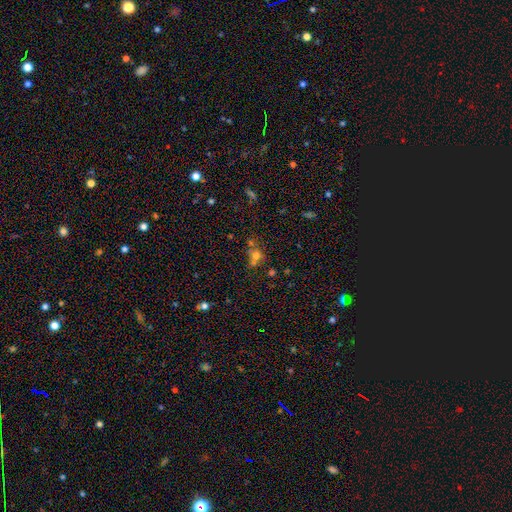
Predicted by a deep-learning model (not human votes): Smooth or featured?
  - smooth: 62% *
  - star or artifact: 23%
  - featured or disk: 15%
How rounded?
  - round: 77% *
  - in between: 21%
  - cigar-shaped: 1%
Merging?
  - none: 47% *
  - merger: 35%
  - minor disturbance: 12%
  - major disturbance: 6%